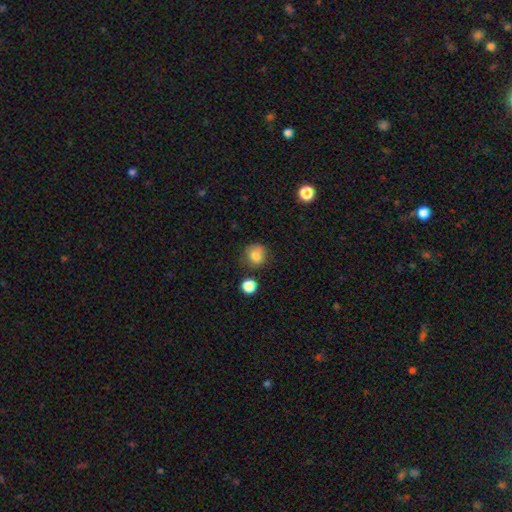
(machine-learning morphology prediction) The model was most divided on "merging": none: 72%, minor disturbance: 18%, major disturbance: 5%, merger: 5%. More confident: how rounded — round (83%); smooth or featured — smooth (81%).